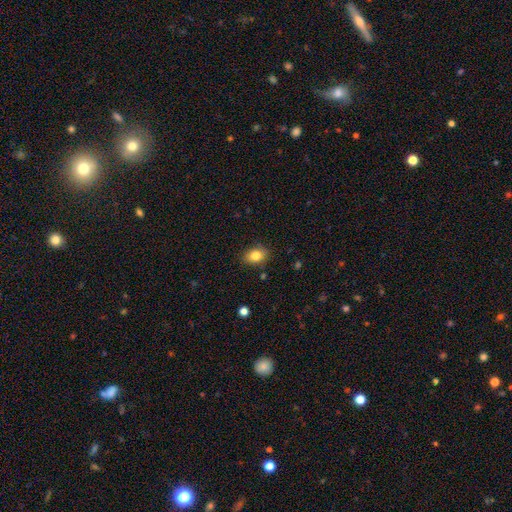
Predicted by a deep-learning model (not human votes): Smooth or featured?
  - smooth: 83% *
  - star or artifact: 9%
  - featured or disk: 8%
How rounded?
  - in between: 72% *
  - round: 27%
  - cigar-shaped: 1%
Merging?
  - none: 86% *
  - minor disturbance: 11%
  - major disturbance: 2%
  - merger: 1%